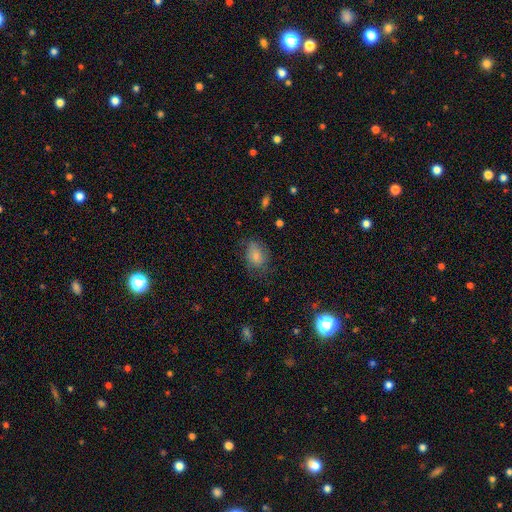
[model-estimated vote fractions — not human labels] A smooth galaxy with no disk features (75%) that is in between round and cigar-shaped (72%). Merging: none (56%).